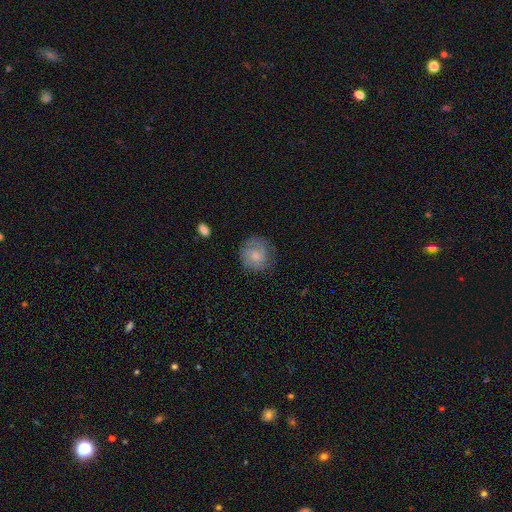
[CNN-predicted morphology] A smooth galaxy with no disk features (56%) that is round (83%). Merging: none (68%).